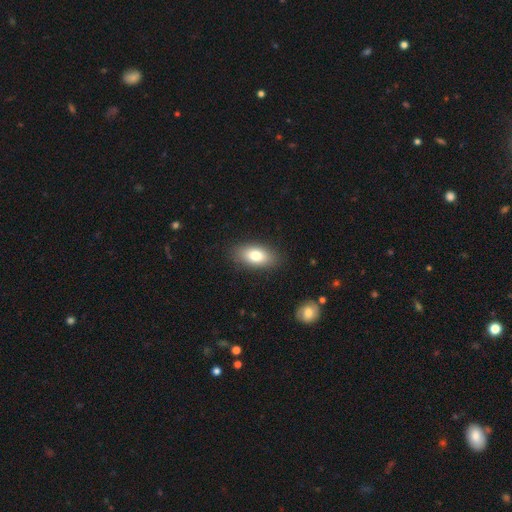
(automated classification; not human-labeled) The model was most divided on "smooth or featured": smooth: 78%, featured or disk: 14%, star or artifact: 7%. More confident: how rounded — in between (90%); merging — none (86%).